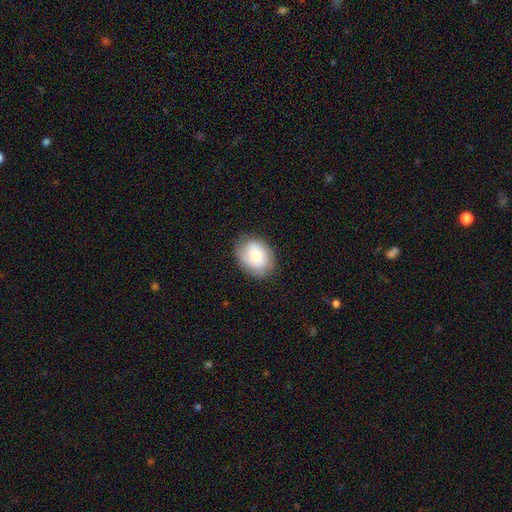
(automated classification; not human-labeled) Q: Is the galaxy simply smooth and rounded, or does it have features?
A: smooth — 59%.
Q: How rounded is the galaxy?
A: in between — 63%.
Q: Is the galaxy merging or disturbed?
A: none — 77%.